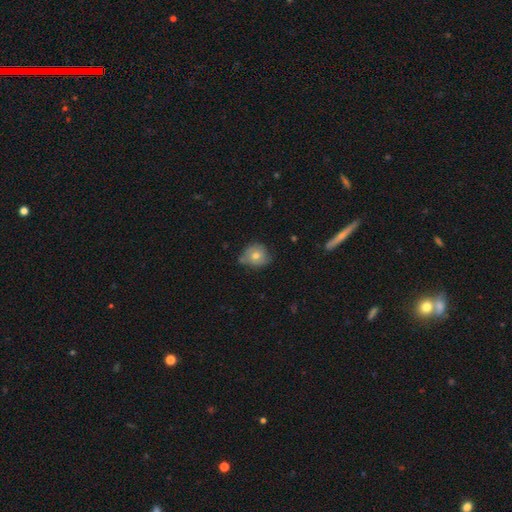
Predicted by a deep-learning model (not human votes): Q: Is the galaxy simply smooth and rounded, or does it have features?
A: smooth — 69%.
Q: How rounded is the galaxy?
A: round — 81%.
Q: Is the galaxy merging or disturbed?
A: none — 62%.